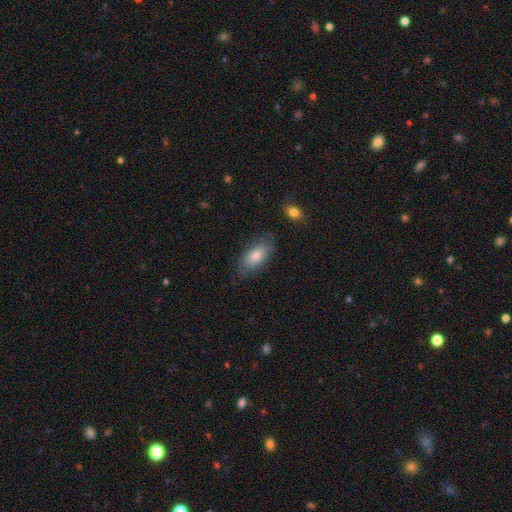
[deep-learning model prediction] Smooth or featured?
  - smooth: 74% *
  - featured or disk: 18%
  - star or artifact: 8%
How rounded?
  - in between: 87% *
  - cigar-shaped: 10%
  - round: 3%
Merging?
  - none: 77% *
  - minor disturbance: 17%
  - major disturbance: 4%
  - merger: 1%